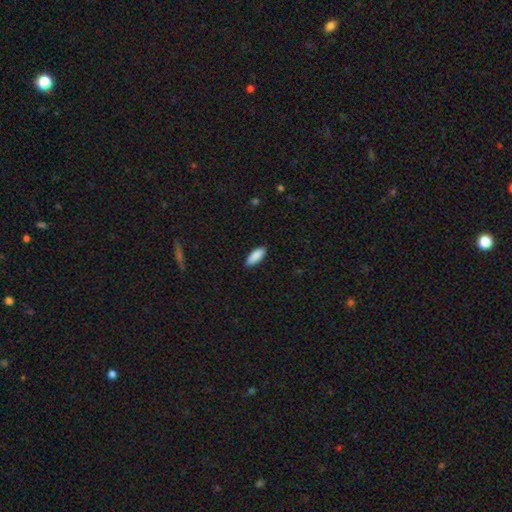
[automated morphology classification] smooth_or_featured: smooth (p=0.90) [alt: star or artifact p=0.06]
how_rounded: in between (p=0.73) [alt: cigar-shaped p=0.25]
merging: none (p=0.87) [alt: minor disturbance p=0.10]